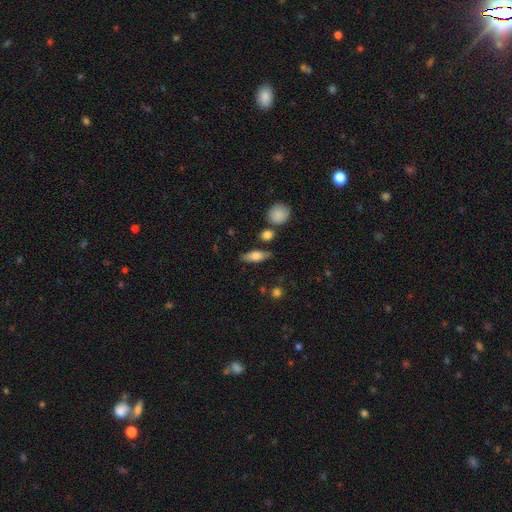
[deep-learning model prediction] A smooth galaxy with no disk features (63%) that is in between round and cigar-shaped (63%).

Vote fractions:
- Smooth or featured? smooth: 63% / featured or disk: 29% / star or artifact: 7%
- How rounded? in between: 63% / cigar-shaped: 32% / round: 5%
- Merging? none: 79% / minor disturbance: 13% / merger: 5% / major disturbance: 3%